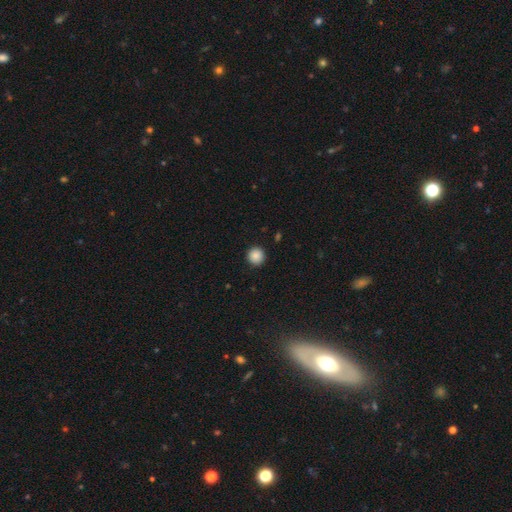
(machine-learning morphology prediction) smooth 86%, star or artifact 10%, featured or disk 4%. Down the decision tree: how rounded — round (95%); merging — none (92%).